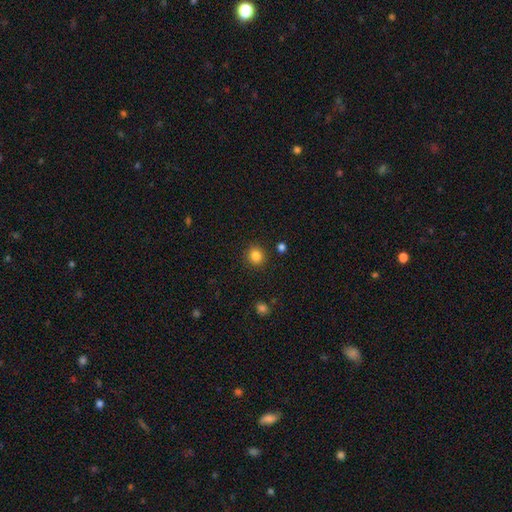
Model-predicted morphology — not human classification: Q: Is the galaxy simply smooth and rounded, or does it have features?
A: smooth — 84%.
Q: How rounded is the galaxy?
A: round — 87%.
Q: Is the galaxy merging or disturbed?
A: none — 89%.